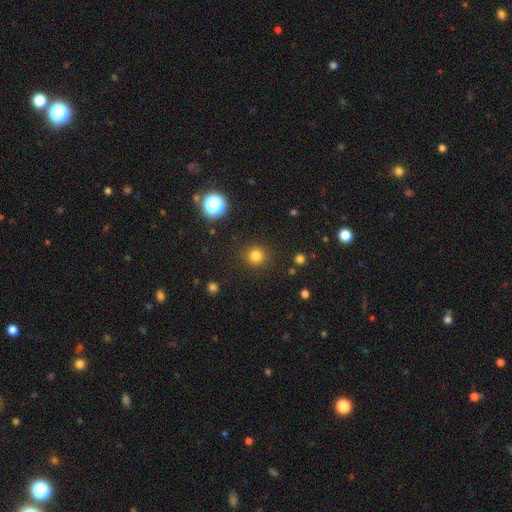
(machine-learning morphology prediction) This appears to be a smooth galaxy with no disk features (80%) that is round (94%). Merging: none (90%).